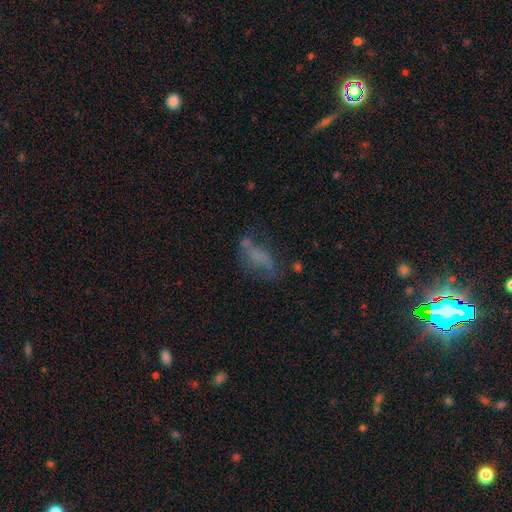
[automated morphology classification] type=smooth (44%); merging=none (40%).